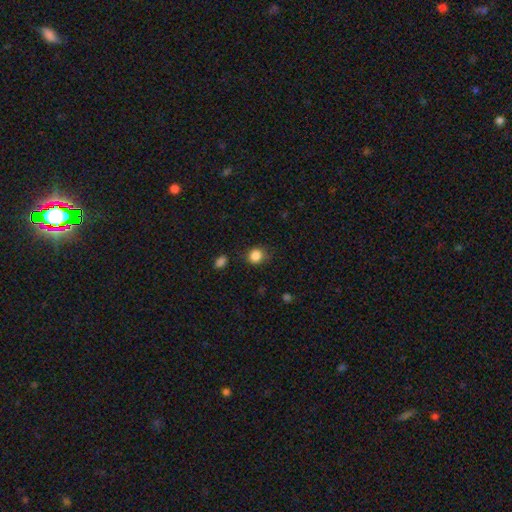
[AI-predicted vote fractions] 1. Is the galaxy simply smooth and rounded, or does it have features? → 85% smooth, 11% star or artifact, 4% featured or disk.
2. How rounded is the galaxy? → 83% round, 16% in between, 1% cigar-shaped.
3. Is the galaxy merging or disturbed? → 79% none, 15% minor disturbance, 4% major disturbance, 2% merger.